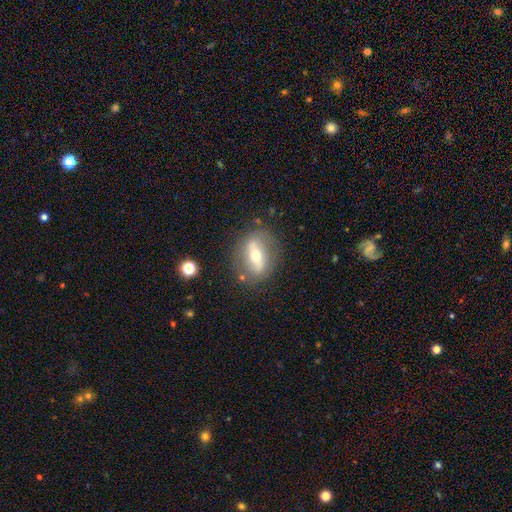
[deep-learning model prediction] Smooth or featured? Predicted: featured or disk (p=0.59). Edge-on disk? Predicted: no (p=0.81). Merging? Predicted: none (p=0.76).